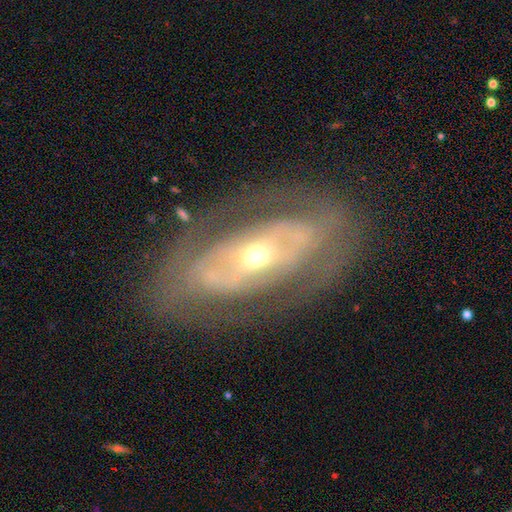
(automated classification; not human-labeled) smooth_or_featured: featured or disk (p=0.77) [alt: smooth p=0.16]
disk_edge_on: no (p=0.90) [alt: yes p=0.10]
bar: no (p=0.50) [alt: weak p=0.27]
has_spiral_arms: yes (p=0.54) [alt: no p=0.46]
bulge_size: moderate (p=0.51) [alt: small p=0.43]
merging: none (p=0.72) [alt: minor disturbance p=0.16]